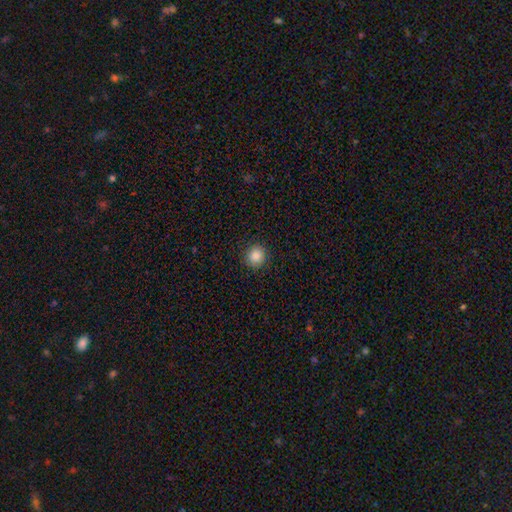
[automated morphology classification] This appears to be a smooth galaxy with no disk features (87%) that is round (90%). Merging: none (91%).